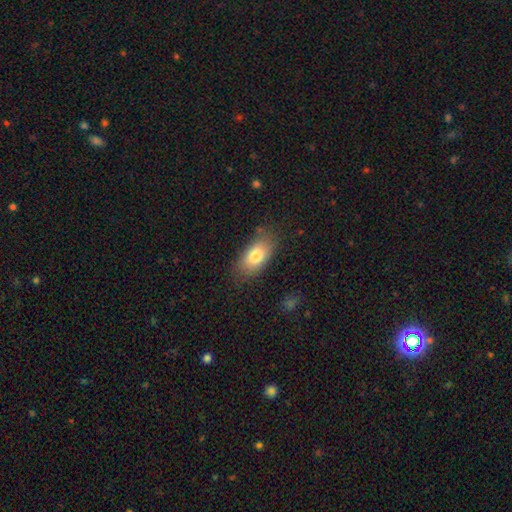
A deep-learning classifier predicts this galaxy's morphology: type=smooth (79%); roundness=in between (90%); merging=none (78%).